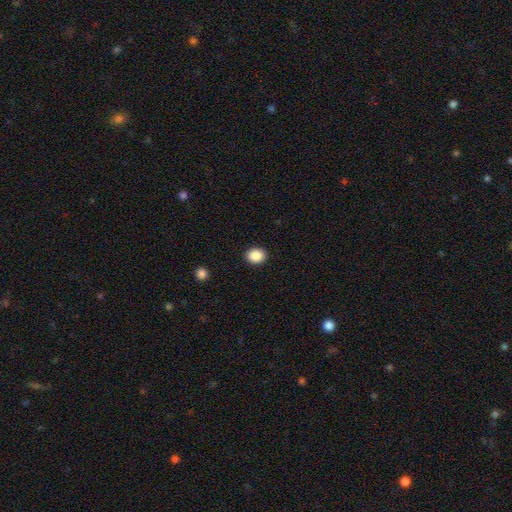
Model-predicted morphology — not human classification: Overall: smooth (89%). How rounded: round (50%; in between 49%). Merging: none (91%).